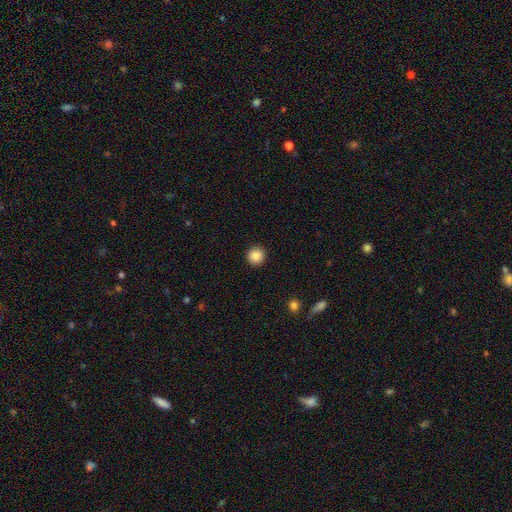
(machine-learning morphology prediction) Smooth or featured: smooth — 87% (star or artifact — 9%)
How rounded: round — 94% (in between — 5%)
Merging: none — 92% (minor disturbance — 5%)